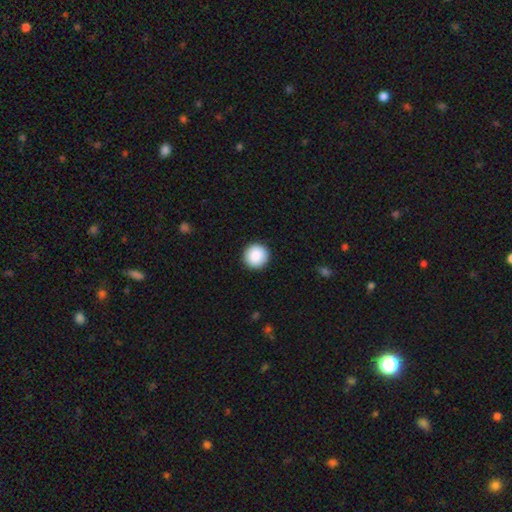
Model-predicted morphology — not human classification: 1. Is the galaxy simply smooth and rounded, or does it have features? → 89% smooth, 7% star or artifact, 4% featured or disk.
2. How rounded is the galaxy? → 96% round, 3% in between, 1% cigar-shaped.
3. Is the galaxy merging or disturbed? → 93% none, 5% minor disturbance, 2% major disturbance, 1% merger.